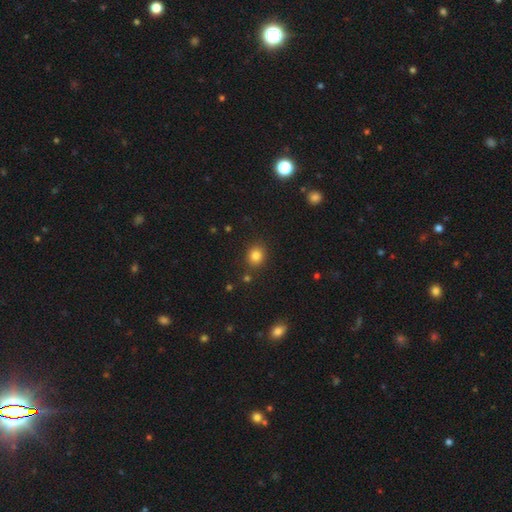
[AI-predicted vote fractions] A smooth galaxy with no disk features (83%) that is round (69%).

Vote fractions:
- Smooth or featured? smooth: 83% / star or artifact: 12% / featured or disk: 5%
- How rounded? round: 69% / in between: 30% / cigar-shaped: 1%
- Merging? none: 85% / minor disturbance: 9% / merger: 3% / major disturbance: 3%